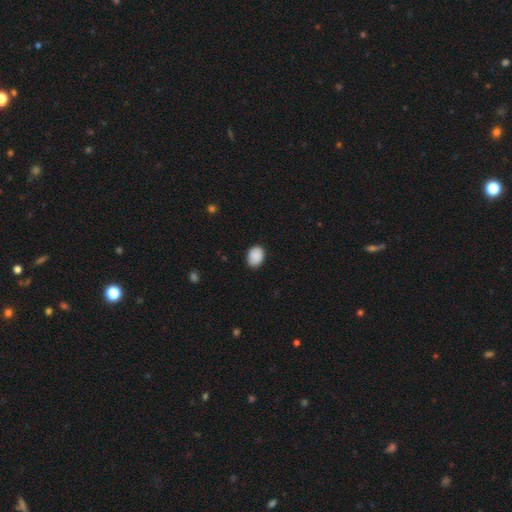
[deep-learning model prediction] This is clearly a smooth galaxy (90%). How rounded: likely in between (69%). Merging: clearly none (84%).